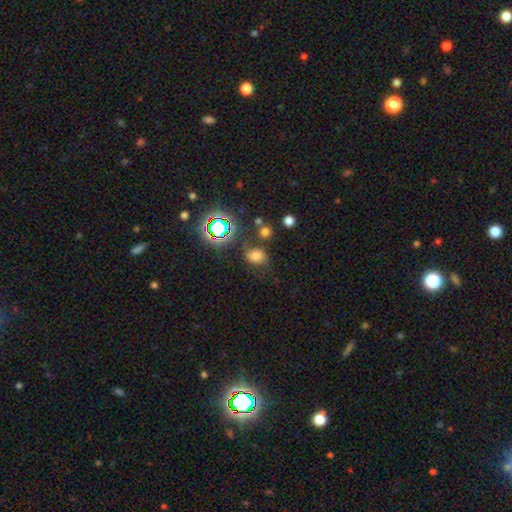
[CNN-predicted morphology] Smooth or featured: smooth — 63% (star or artifact — 23%)
How rounded: in between — 51% (round — 48%)
Merging: none — 59% (minor disturbance — 21%)